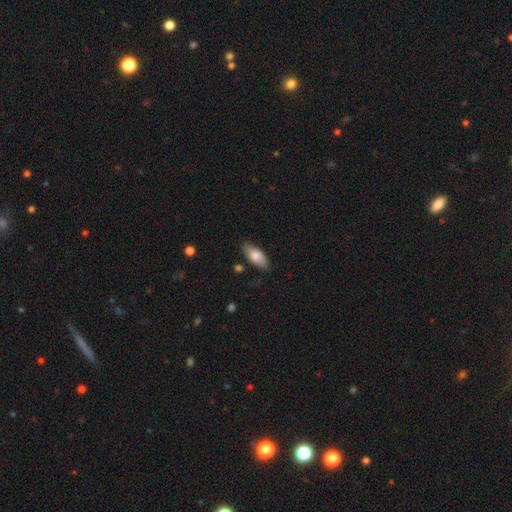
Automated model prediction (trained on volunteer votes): smooth_or_featured: smooth (p=0.78) [alt: featured or disk p=0.16]
how_rounded: in between (p=0.87) [alt: cigar-shaped p=0.10]
merging: none (p=0.80) [alt: minor disturbance p=0.15]